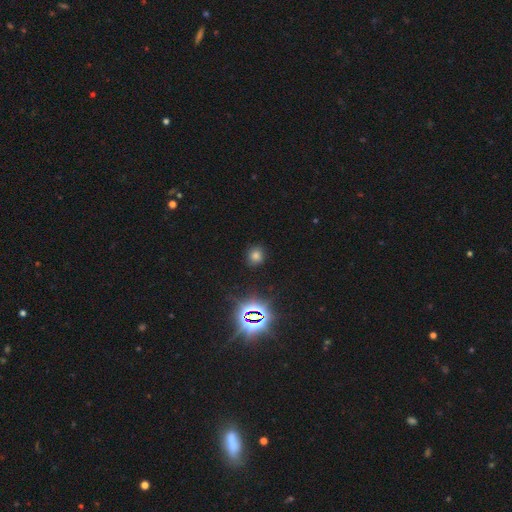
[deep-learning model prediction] Morphology: type=smooth (66%); roundness=round (83%); merging=none (87%).